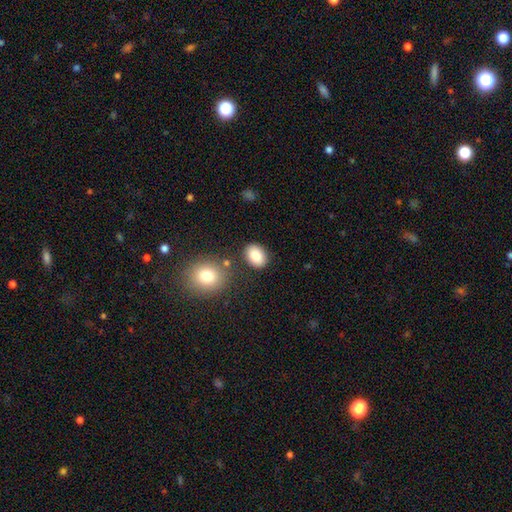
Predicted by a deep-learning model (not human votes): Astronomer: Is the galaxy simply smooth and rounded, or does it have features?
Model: smooth — 85%.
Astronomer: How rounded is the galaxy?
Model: in between — 74%.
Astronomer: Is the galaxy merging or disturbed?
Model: none — 80%.